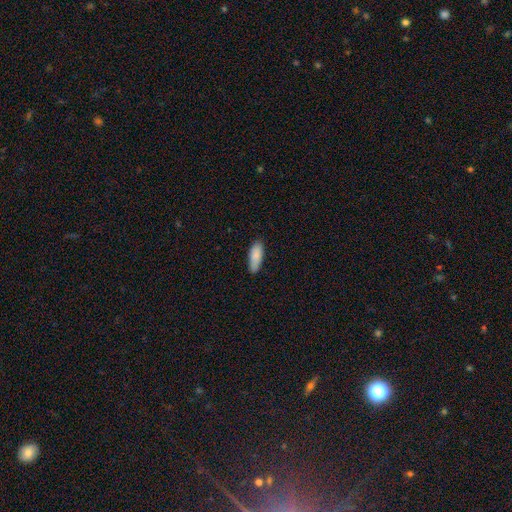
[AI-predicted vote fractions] Smooth or featured? Predicted: smooth (p=0.88). How rounded? Predicted: in between (p=0.68). Merging? Predicted: none (p=0.82).